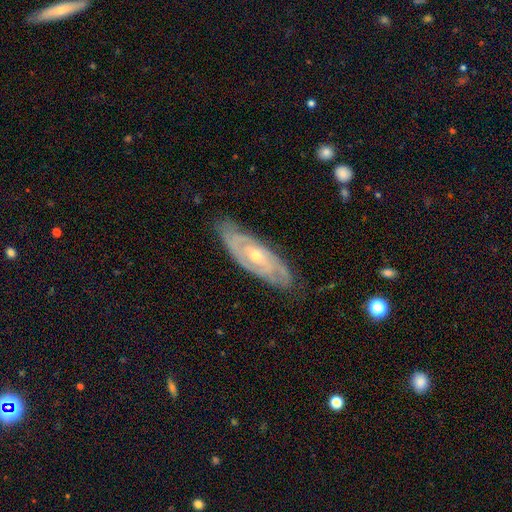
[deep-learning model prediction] The model was most divided on "bulge size": small: 52%, moderate: 45%, large: 1%, none: 1%, dominant: 1%. Remaining: spiral arms — yes (93%); edge-on disk — no (86%); smooth or featured — featured or disk (85%); merging — none (79%); spiral winding — tight (72%); bar — no (70%); spiral arm count — 2 (42%).